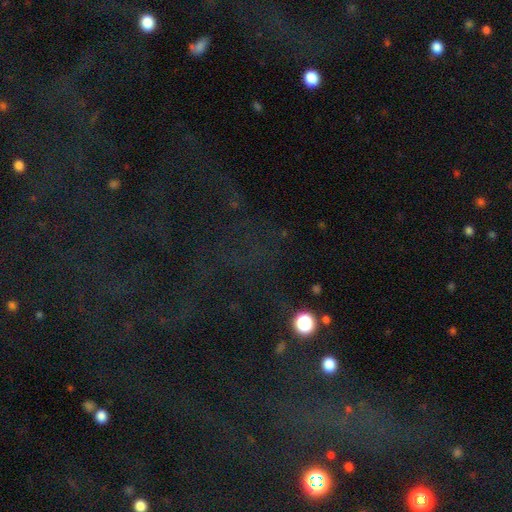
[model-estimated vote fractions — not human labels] This appears to be a star or artifact, not a galaxy (73%).